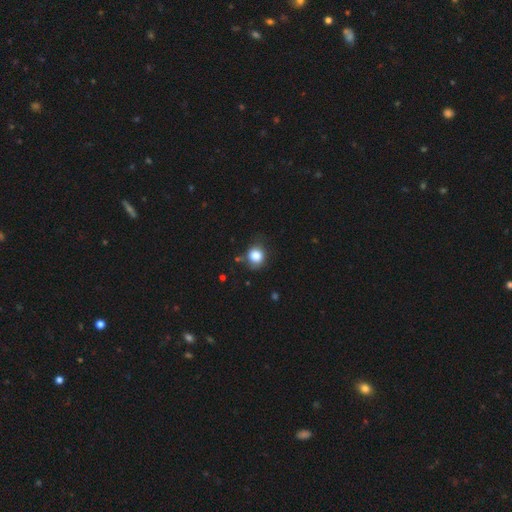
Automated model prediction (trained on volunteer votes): smooth 84%, star or artifact 10%, featured or disk 6%. Down the decision tree: how rounded — round (74%); merging — none (69%).